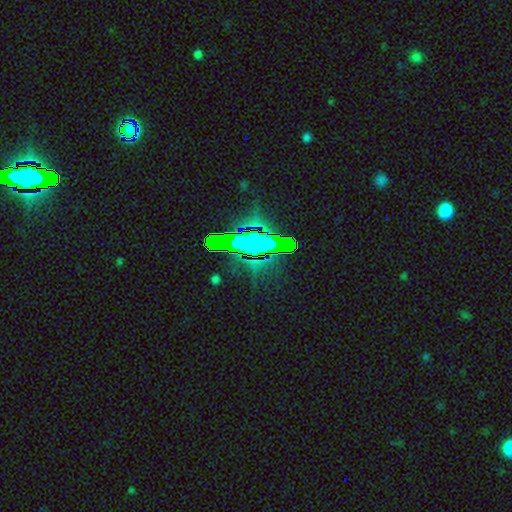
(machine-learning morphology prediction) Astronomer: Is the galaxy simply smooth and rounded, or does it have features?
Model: star or artifact — 72%.